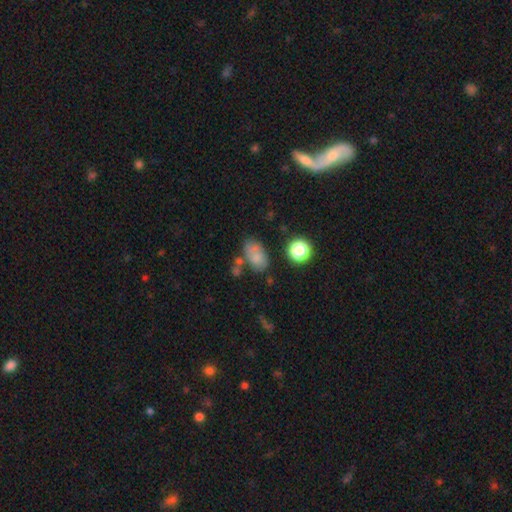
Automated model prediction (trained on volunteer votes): Smooth or featured: smooth — 69% (featured or disk — 18%)
How rounded: in between — 86% (round — 12%)
Merging: none — 54% (minor disturbance — 22%)